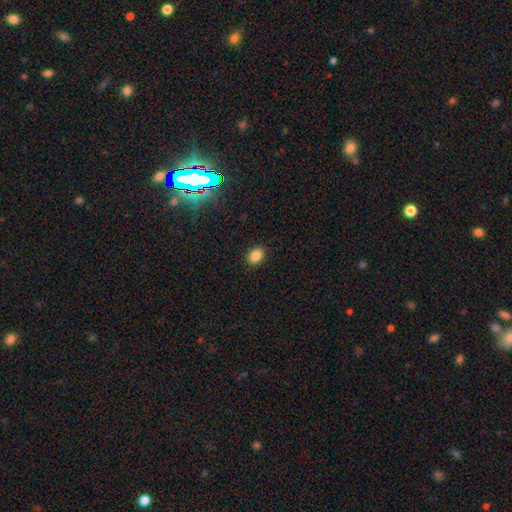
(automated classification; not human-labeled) Smooth or featured? smooth (84%)
How rounded? in between (67%)
Merging? none (90%)